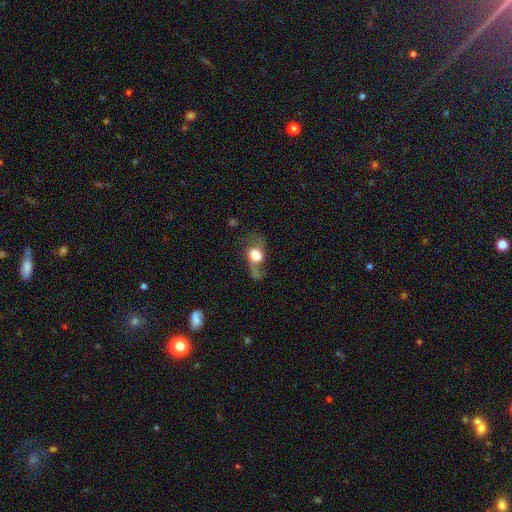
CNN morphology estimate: Smooth or featured? featured or disk (50%)
Edge-on disk? no (89%)
Merging? none (38%)